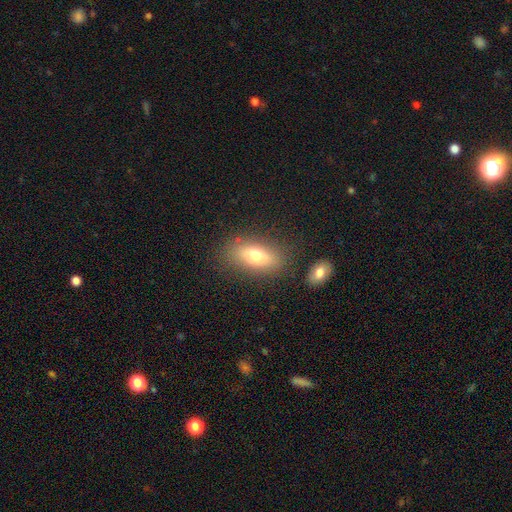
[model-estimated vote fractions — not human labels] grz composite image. It shows a smooth galaxy with no disk features (70%) that is in between round and cigar-shaped (82%). Merging: none (79%).